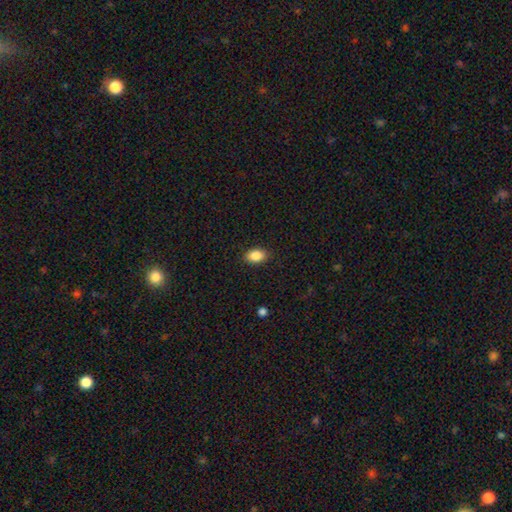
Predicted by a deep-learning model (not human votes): Smooth or featured?
  - smooth: 87% *
  - star or artifact: 8%
  - featured or disk: 5%
How rounded?
  - in between: 88% *
  - round: 10%
  - cigar-shaped: 2%
Merging?
  - none: 88% *
  - minor disturbance: 9%
  - major disturbance: 2%
  - merger: 1%